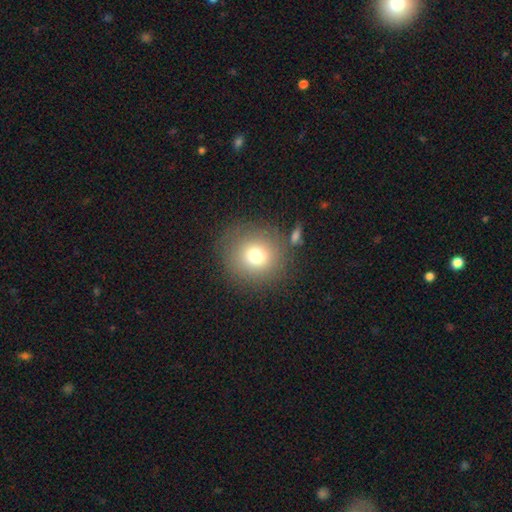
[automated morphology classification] The model was most divided on "smooth or featured": smooth: 75%, star or artifact: 13%, featured or disk: 12%. More confident: how rounded — round (91%); merging — none (81%).